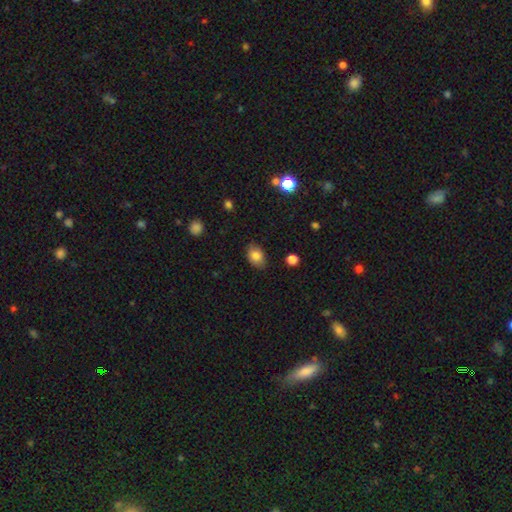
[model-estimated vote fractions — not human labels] The model was most divided on "how rounded": in between: 80%, round: 19%, cigar-shaped: 1%. More confident: smooth or featured — smooth (82%); merging — none (81%).